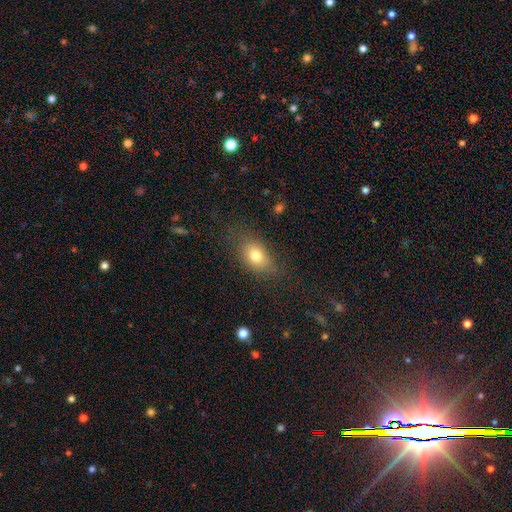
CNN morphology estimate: Smooth or featured: smooth — 77% (featured or disk — 13%)
How rounded: in between — 78% (round — 19%)
Merging: none — 74% (minor disturbance — 17%)